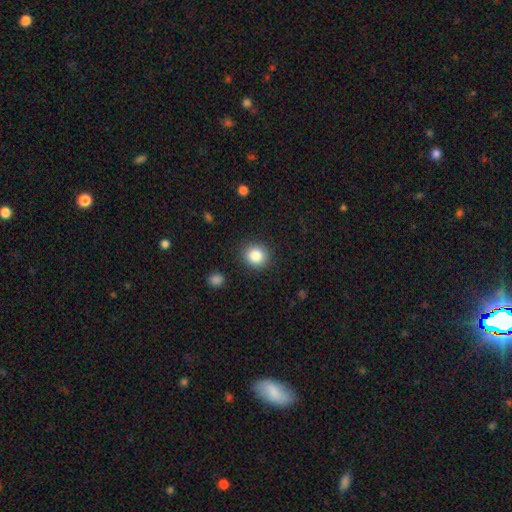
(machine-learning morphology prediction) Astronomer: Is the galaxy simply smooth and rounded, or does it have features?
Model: smooth — 86%.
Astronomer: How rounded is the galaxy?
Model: round — 83%.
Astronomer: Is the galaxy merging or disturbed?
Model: none — 88%.